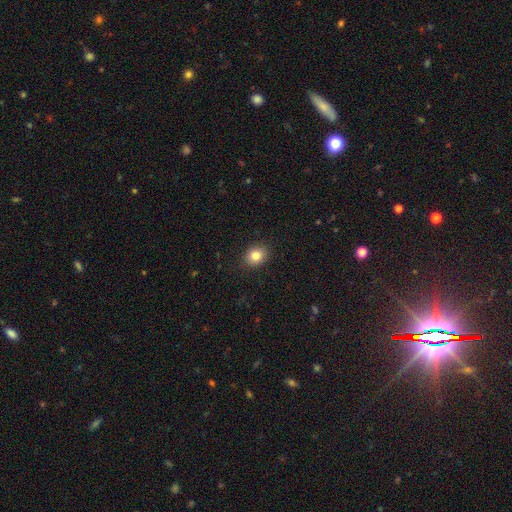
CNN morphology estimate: This is clearly a smooth galaxy (82%). How rounded: possibly round (54%). Merging: clearly none (89%).